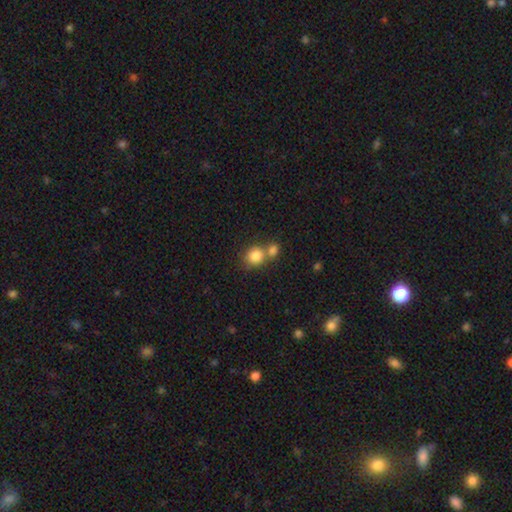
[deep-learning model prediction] Smooth or featured?
  - smooth: 83% *
  - star or artifact: 10%
  - featured or disk: 7%
How rounded?
  - round: 81% *
  - in between: 18%
  - cigar-shaped: 1%
Merging?
  - merger: 45% *
  - none: 44%
  - minor disturbance: 8%
  - major disturbance: 3%